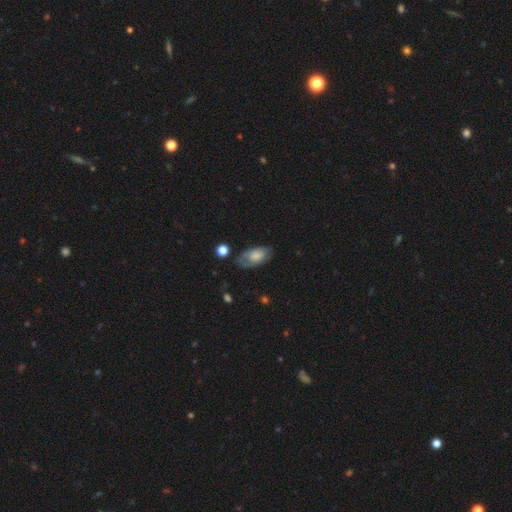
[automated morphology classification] smooth 63%, featured or disk 30%, star or artifact 7%. Down the decision tree: how rounded — in between (92%); merging — none (61%).